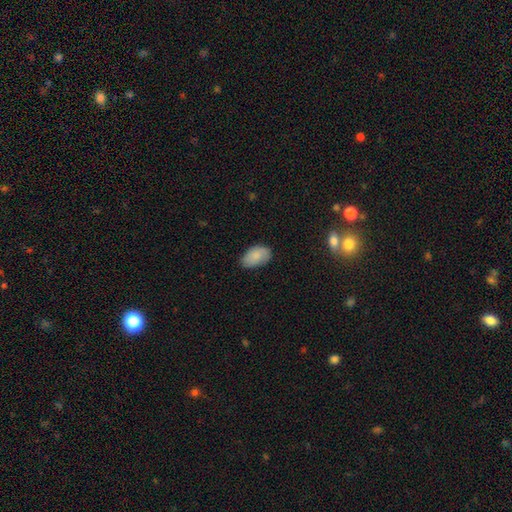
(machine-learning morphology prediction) Smooth or featured: smooth — 85% (featured or disk — 8%)
How rounded: in between — 94% (round — 5%)
Merging: none — 75% (minor disturbance — 20%)